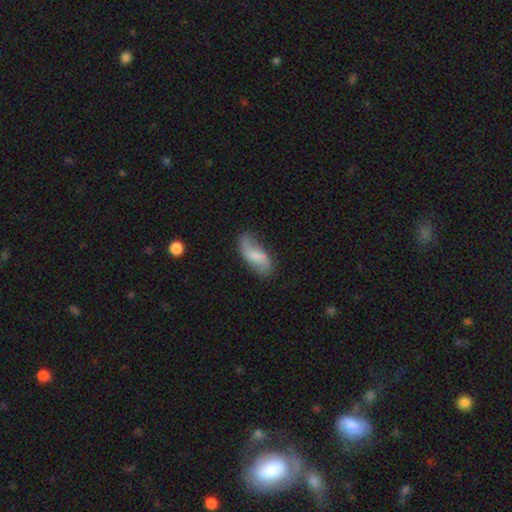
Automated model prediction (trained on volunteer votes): smooth_or_featured: smooth (p=0.53) [alt: featured or disk p=0.40]
how_rounded: in between (p=0.81) [alt: cigar-shaped p=0.16]
merging: none (p=0.69) [alt: minor disturbance p=0.23]